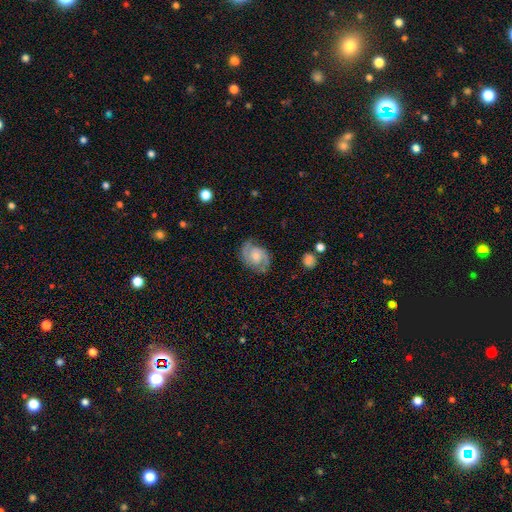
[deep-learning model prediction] smooth_or_featured: featured or disk (p=0.82) [alt: smooth p=0.12]
disk_edge_on: no (p=0.97) [alt: yes p=0.03]
bar: no (p=0.61) [alt: weak p=0.33]
has_spiral_arms: yes (p=0.96) [alt: no p=0.04]
spiral_winding: medium (p=0.50) [alt: tight p=0.34]
spiral_arm_count: 2 (p=0.88) [alt: can't tell p=0.05]
bulge_size: moderate (p=0.46) [alt: small p=0.42]
merging: none (p=0.75) [alt: minor disturbance p=0.17]